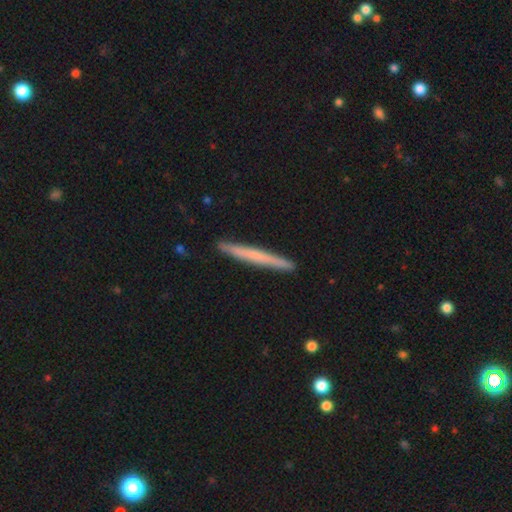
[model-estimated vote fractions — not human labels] This appears to be a smooth galaxy with no disk features (55%) that is cigar-shaped (97%). Merging: none (92%).